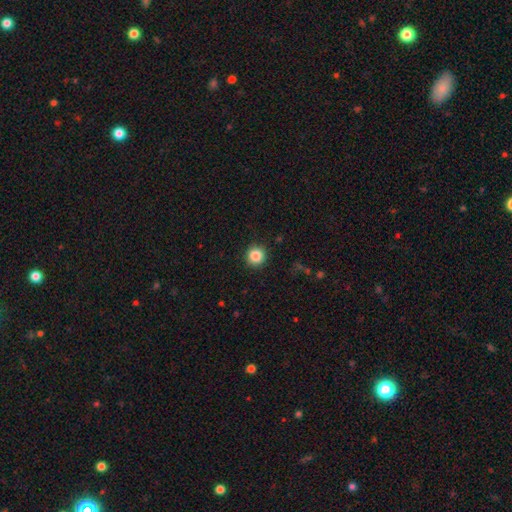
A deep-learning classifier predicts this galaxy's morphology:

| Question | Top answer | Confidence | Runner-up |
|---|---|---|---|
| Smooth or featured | smooth | 86% | star or artifact (10%) |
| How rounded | round | 94% | in between (5%) |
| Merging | none | 91% | minor disturbance (6%) |